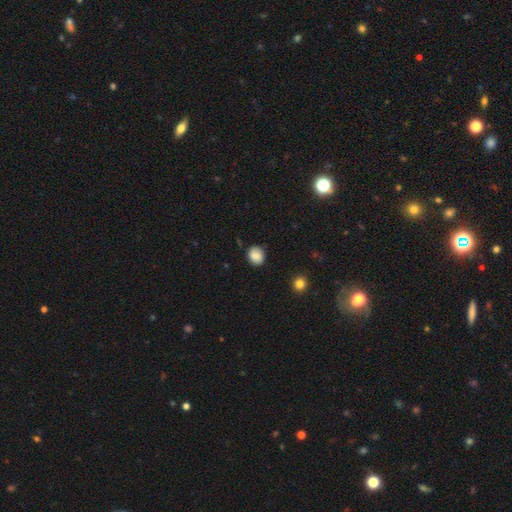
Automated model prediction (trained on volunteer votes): A smooth galaxy with no disk features (84%) that is round (72%).

Vote fractions:
- Smooth or featured? smooth: 84% / star or artifact: 9% / featured or disk: 7%
- How rounded? round: 72% / in between: 27% / cigar-shaped: 1%
- Merging? none: 84% / minor disturbance: 12% / major disturbance: 3% / merger: 1%